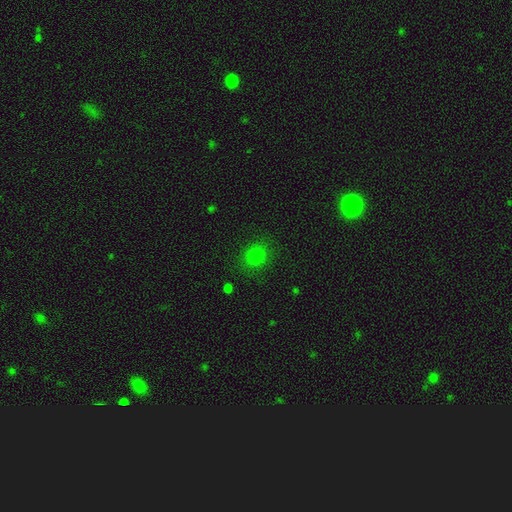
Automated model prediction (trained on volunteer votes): A smooth galaxy with no disk features (80%) that is round (81%).

Vote fractions:
- Smooth or featured? smooth: 80% / star or artifact: 15% / featured or disk: 5%
- How rounded? round: 81% / in between: 18% / cigar-shaped: 1%
- Merging? none: 86% / minor disturbance: 9% / major disturbance: 3% / merger: 2%